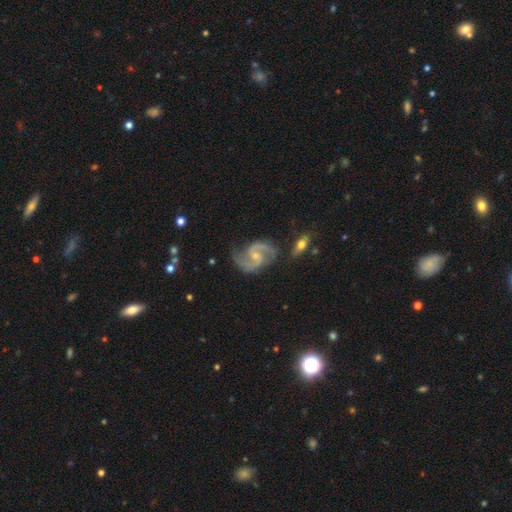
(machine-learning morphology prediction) A featured or disk galaxy (92%) with a weak bar (47%), 2 (93%) medium (61%) spiral arms (98%) and a small central bulge (61%). Merging: none (72%).